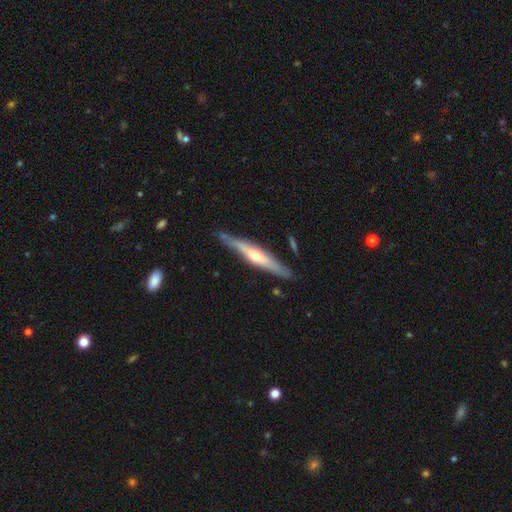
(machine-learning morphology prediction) Smooth or featured?
  - featured or disk: 67% *
  - smooth: 28%
  - star or artifact: 5%
Edge-on disk?
  - yes: 92% *
  - no: 8%
Edge-on bulge?
  - rounded: 84% *
  - none: 10%
  - boxy: 6%
Merging?
  - none: 80% *
  - minor disturbance: 15%
  - major disturbance: 3%
  - merger: 2%